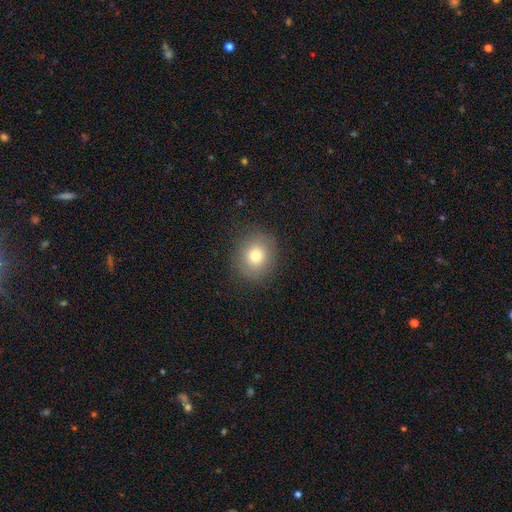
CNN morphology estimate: smooth_or_featured: smooth (p=0.76) [alt: star or artifact p=0.13]
how_rounded: round (p=0.84) [alt: in between p=0.15]
merging: none (p=0.87) [alt: minor disturbance p=0.08]